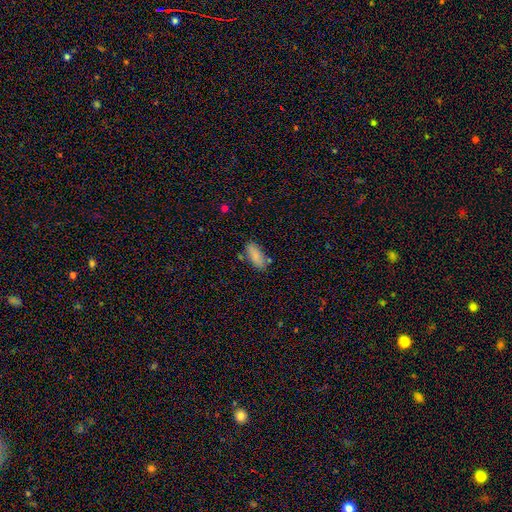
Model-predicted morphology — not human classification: A smooth galaxy with no disk features (85%) that is in between round and cigar-shaped (86%). Merging: none (75%).